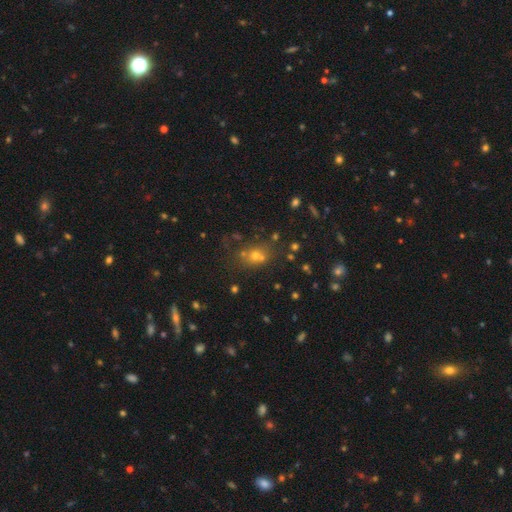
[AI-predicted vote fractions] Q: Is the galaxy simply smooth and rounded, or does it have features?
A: smooth — 53%.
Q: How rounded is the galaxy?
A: round — 62%.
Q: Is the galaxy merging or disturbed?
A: none — 55%.